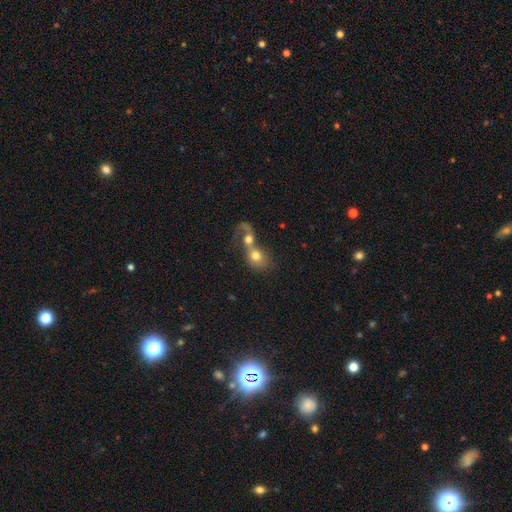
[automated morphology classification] This is likely a smooth galaxy (62%). How rounded: possibly round (57%). Merging: likely merger (78%).